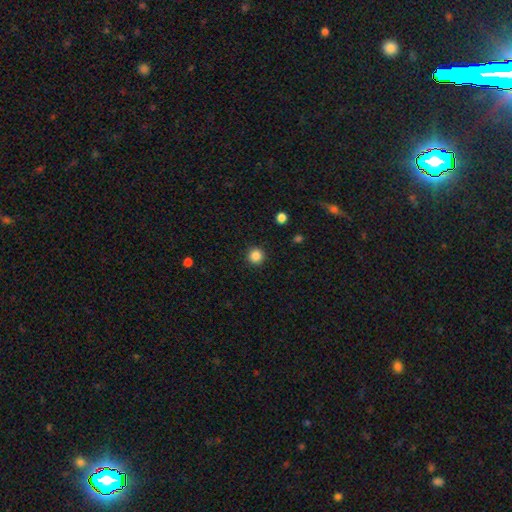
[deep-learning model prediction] The model was most divided on "smooth or featured": smooth: 86%, star or artifact: 11%, featured or disk: 3%. More confident: how rounded — round (96%); merging — none (93%).